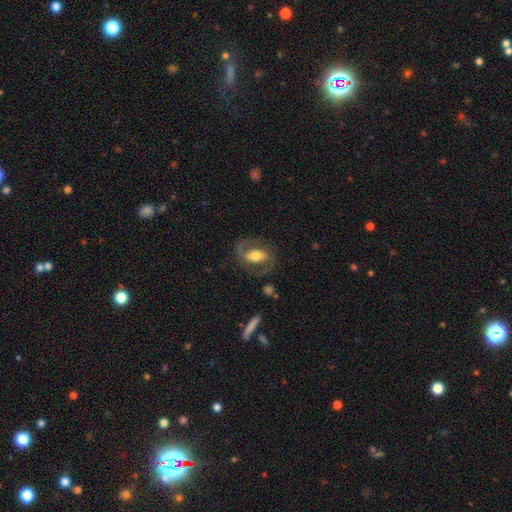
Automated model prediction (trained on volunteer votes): Overall: featured or disk (75%). Edge-on disk: no (95%). Bar: strong (40%; weak 34%). Spiral arms: yes (87%). Spiral arm count: 2 (89%). Spiral winding: medium (55%; loose 23%). Bulge size: moderate (60%; large 23%). Merging: none (74%).